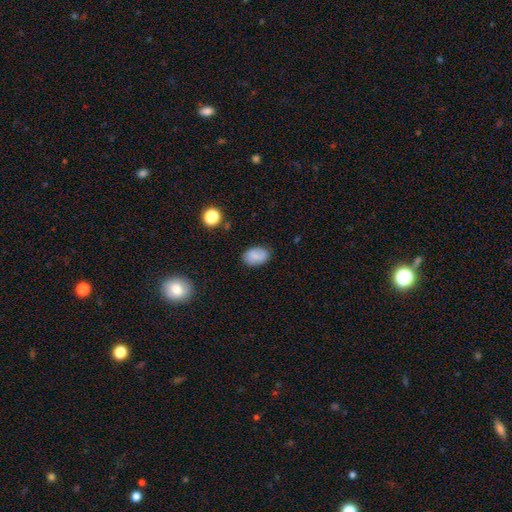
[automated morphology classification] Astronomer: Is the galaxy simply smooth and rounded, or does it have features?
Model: smooth — 78%.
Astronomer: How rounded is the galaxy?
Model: in between — 85%.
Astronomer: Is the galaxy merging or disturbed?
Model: none — 81%.